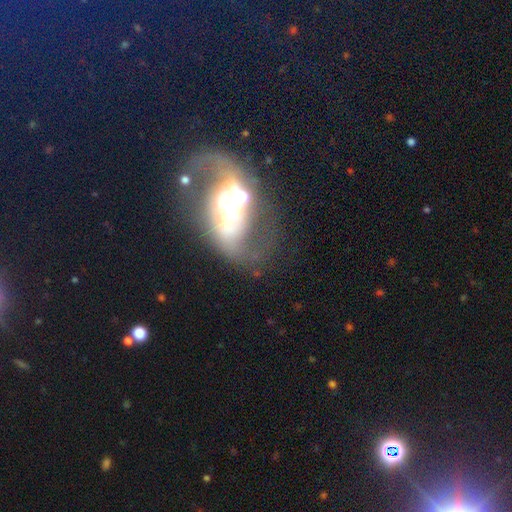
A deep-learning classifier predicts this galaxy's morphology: Smooth or featured?
  - featured or disk: 78% *
  - smooth: 12%
  - star or artifact: 9%
Edge-on disk?
  - no: 95% *
  - yes: 5%
Bar?
  - no: 41% *
  - strong: 30%
  - weak: 29%
Spiral arms?
  - yes: 80% *
  - no: 20%
Spiral winding?
  - loose: 53% *
  - medium: 35%
  - tight: 12%
Spiral arm count?
  - 2: 88% *
  - can't tell: 5%
  - 1: 4%
  - 3: 1%
  - 4: 1%
  - more than 4: 1%
Bulge size?
  - moderate: 53% *
  - large: 23%
  - small: 15%
  - dominant: 6%
  - none: 3%
Merging?
  - none: 50% *
  - major disturbance: 18%
  - merger: 17%
  - minor disturbance: 15%